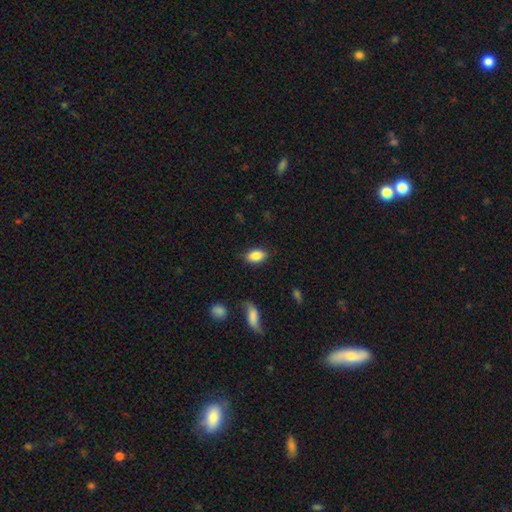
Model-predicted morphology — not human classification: type=smooth (85%); roundness=in between (90%); merging=none (82%).